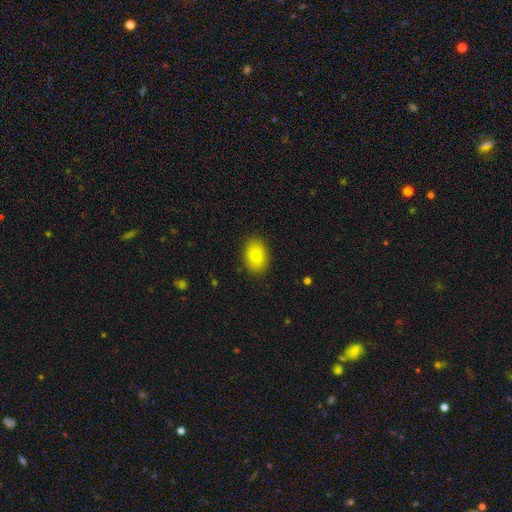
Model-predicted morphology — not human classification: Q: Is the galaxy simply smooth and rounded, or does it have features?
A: smooth — 77%.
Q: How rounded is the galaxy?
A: in between — 75%.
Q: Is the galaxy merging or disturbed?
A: none — 88%.